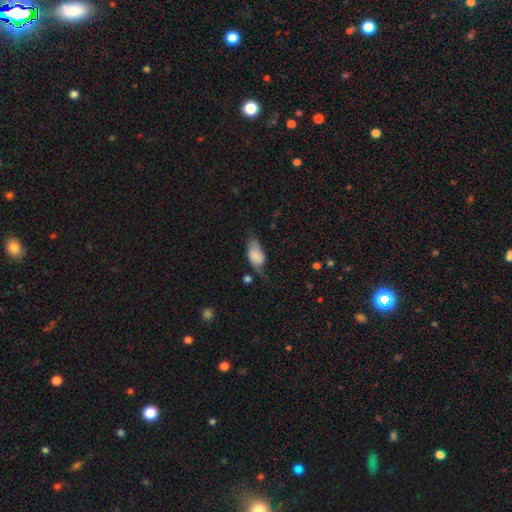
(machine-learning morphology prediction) smooth 73%, featured or disk 20%, star or artifact 8%. Down the decision tree: how rounded — in between (92%); merging — minor disturbance (36%).